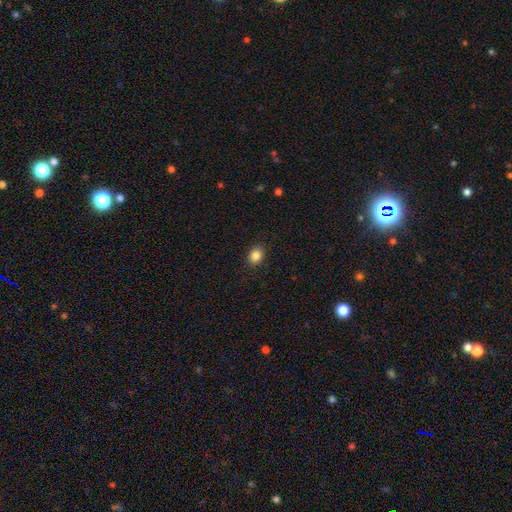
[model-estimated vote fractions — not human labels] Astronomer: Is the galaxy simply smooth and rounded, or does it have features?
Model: smooth — 86%.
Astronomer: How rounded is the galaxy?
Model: in between — 52% (runner-up: round, 47%).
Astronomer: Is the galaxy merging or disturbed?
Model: none — 89%.